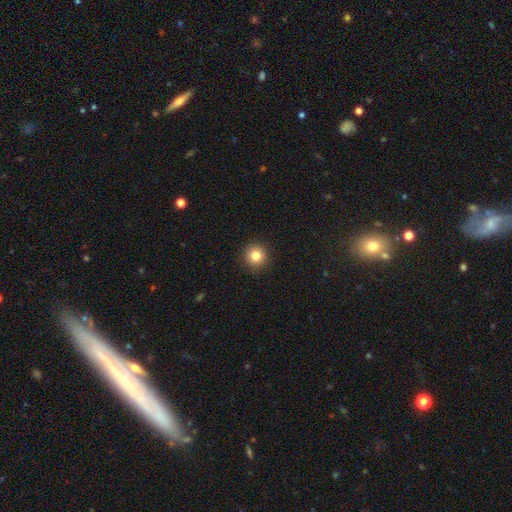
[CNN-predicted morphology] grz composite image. It shows a smooth galaxy with no disk features (82%) that is round (94%). Merging: none (92%).